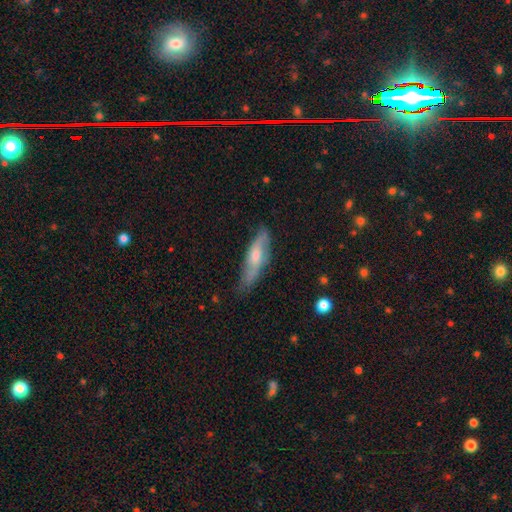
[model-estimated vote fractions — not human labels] featured or disk 47%, smooth 46%, star or artifact 7%. Down the decision tree: merging — none (71%).